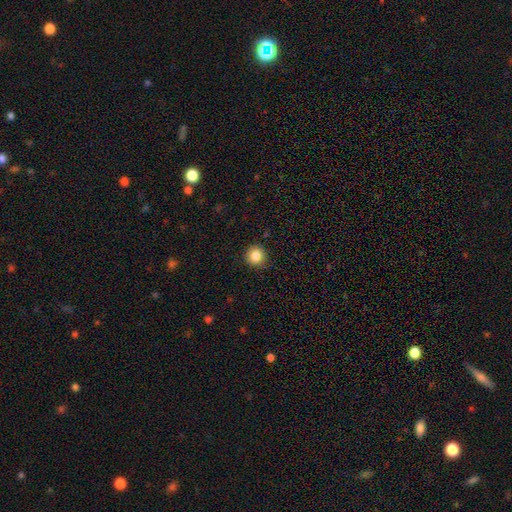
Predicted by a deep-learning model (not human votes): Smooth or featured? Predicted: smooth (p=0.84). How rounded? Predicted: round (p=0.94). Merging? Predicted: none (p=0.90).